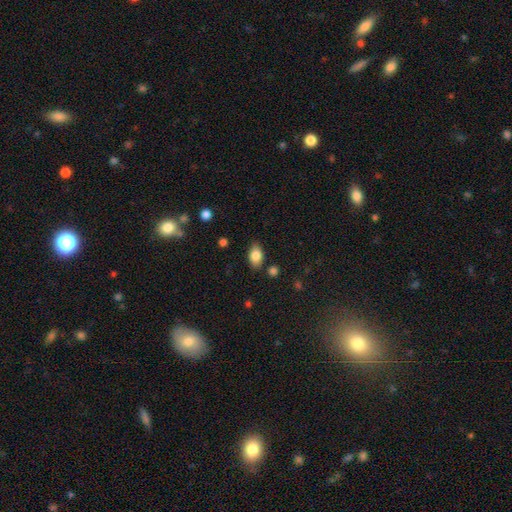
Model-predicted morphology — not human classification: A smooth galaxy with no disk features (84%) that is in between round and cigar-shaped (88%).

Vote fractions:
- Smooth or featured? smooth: 84% / star or artifact: 8% / featured or disk: 8%
- How rounded? in between: 88% / round: 10% / cigar-shaped: 2%
- Merging? none: 81% / minor disturbance: 13% / merger: 3% / major disturbance: 3%